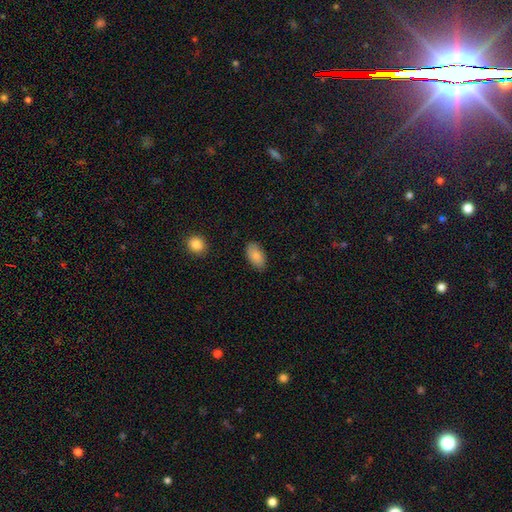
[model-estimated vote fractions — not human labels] smooth 85%, featured or disk 8%, star or artifact 7%. Down the decision tree: how rounded — in between (94%); merging — none (83%).